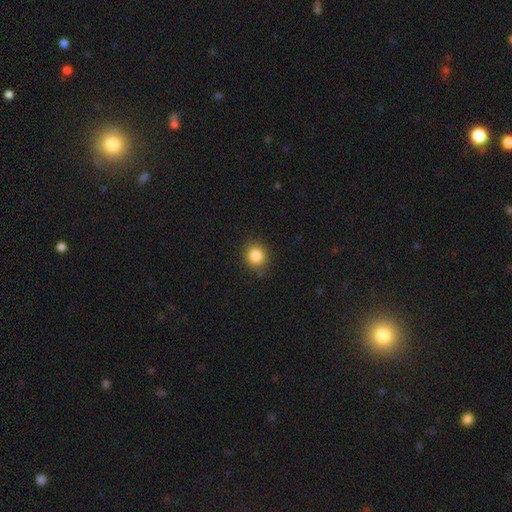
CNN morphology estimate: A smooth galaxy with no disk features (85%) that is round (81%).

Vote fractions:
- Smooth or featured? smooth: 85% / star or artifact: 10% / featured or disk: 5%
- How rounded? round: 81% / in between: 18% / cigar-shaped: 1%
- Merging? none: 87% / minor disturbance: 9% / major disturbance: 2% / merger: 1%